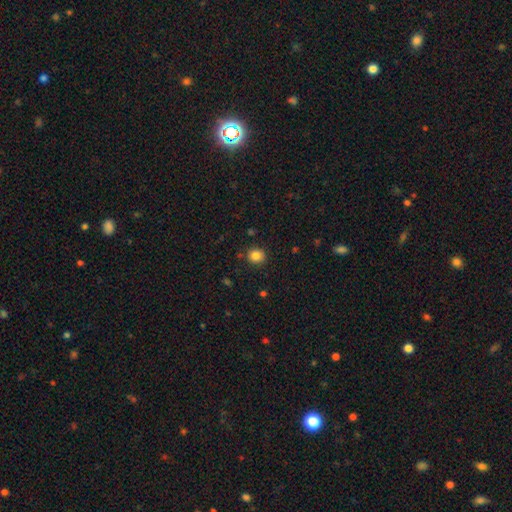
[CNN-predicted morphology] This appears to be a smooth galaxy with no disk features (84%) that is round (86%). Merging: none (89%).